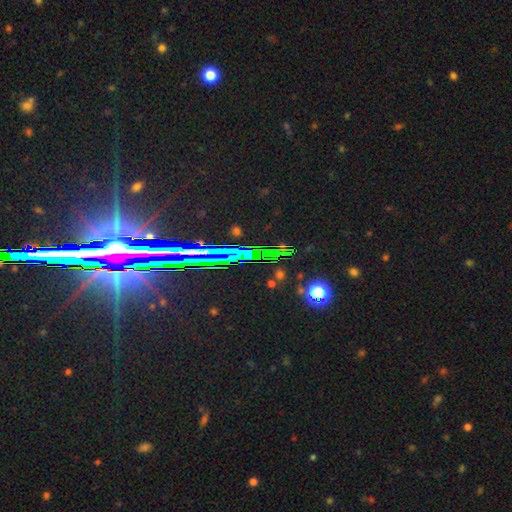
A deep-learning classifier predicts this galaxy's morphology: This is likely a star or artifact rather than a galaxy (79%).